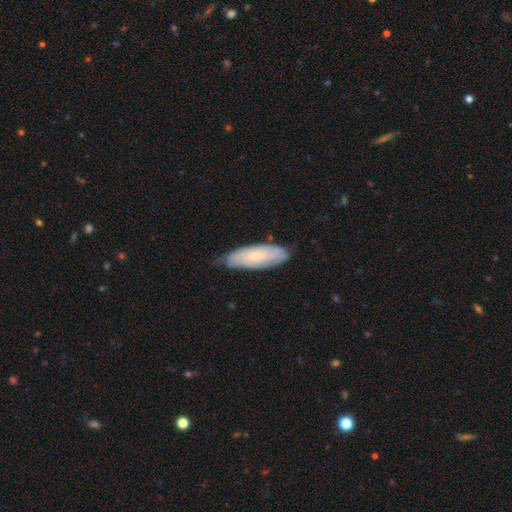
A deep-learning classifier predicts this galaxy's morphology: This appears to be a smooth galaxy with no disk features (51%) that is in between round and cigar-shaped (61%). Merging: none (71%).